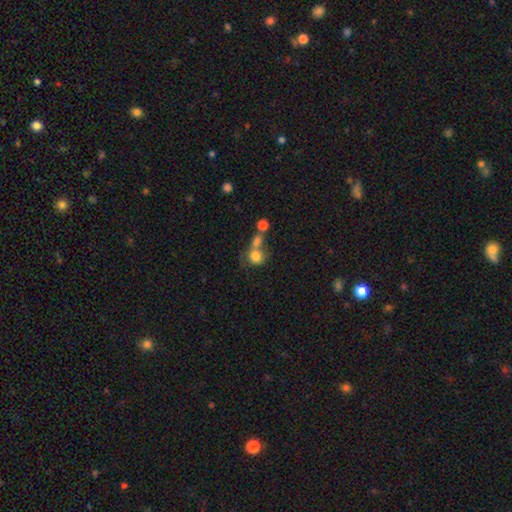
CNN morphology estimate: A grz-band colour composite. It shows a smooth galaxy with no disk features (77%) that is round (75%). Merging: merger (50%).